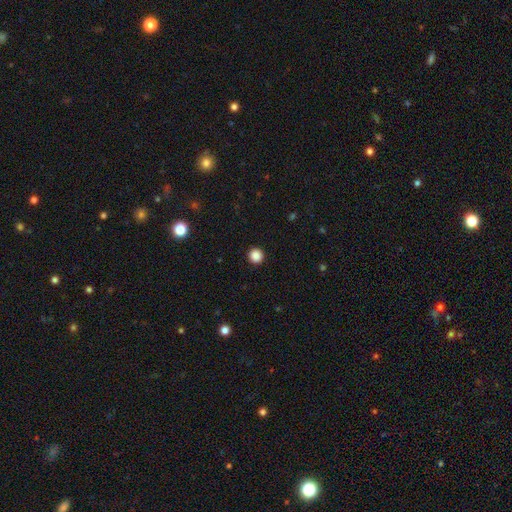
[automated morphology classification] Smooth or featured? Predicted: smooth (p=0.87). How rounded? Predicted: round (p=0.95). Merging? Predicted: none (p=0.93).